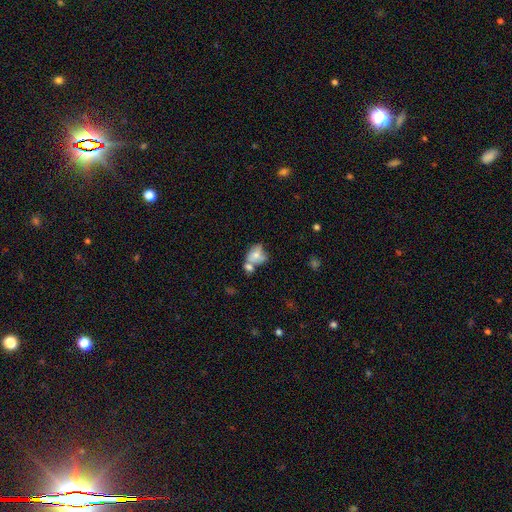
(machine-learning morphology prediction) smooth 63%, featured or disk 27%, star or artifact 10%. Down the decision tree: how rounded — in between (65%); merging — merger (49%).